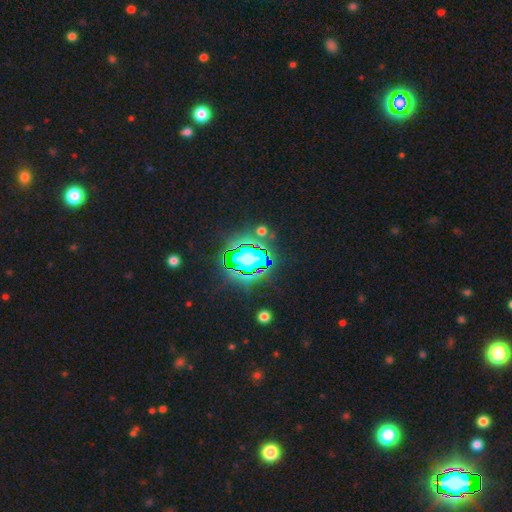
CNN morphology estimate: Q: Smooth or featured?
A: star or artifact (82%); runner-up: smooth (11%)